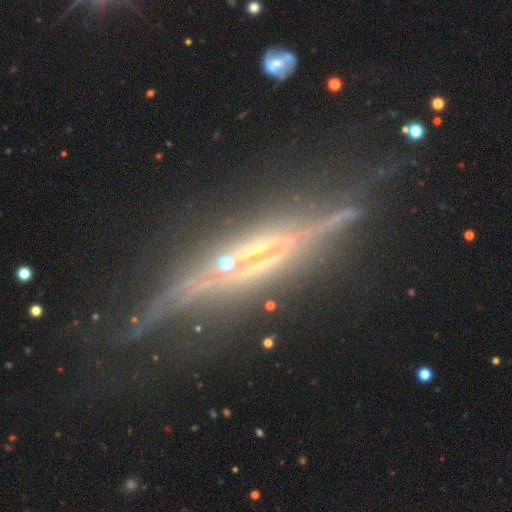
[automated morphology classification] smooth_or_featured: featured or disk (p=0.78) [alt: star or artifact p=0.13]
disk_edge_on: yes (p=0.91) [alt: no p=0.09]
edge_on_bulge: rounded (p=0.41) [alt: none p=0.38]
merging: none (p=0.71) [alt: minor disturbance p=0.16]